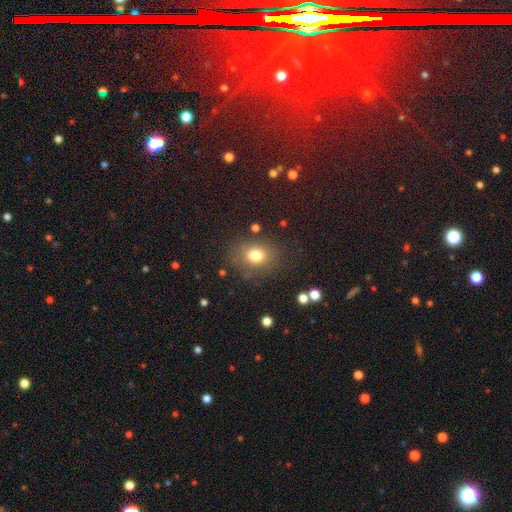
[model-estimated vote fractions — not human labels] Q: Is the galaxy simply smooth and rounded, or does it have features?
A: smooth — 76%.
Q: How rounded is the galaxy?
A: round — 57%.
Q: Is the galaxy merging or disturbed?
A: none — 78%.